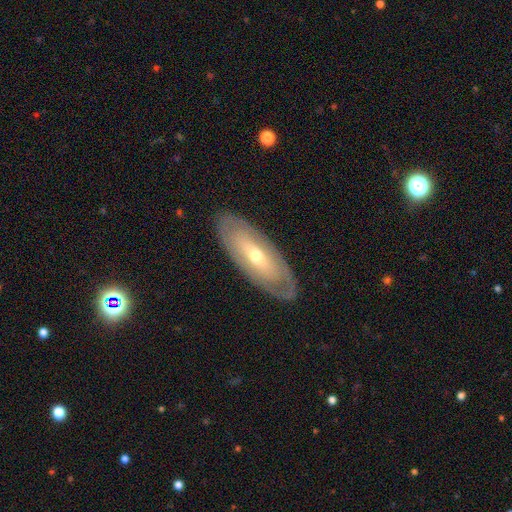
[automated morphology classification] A featured or disk galaxy (60%). Merging: none (84%).